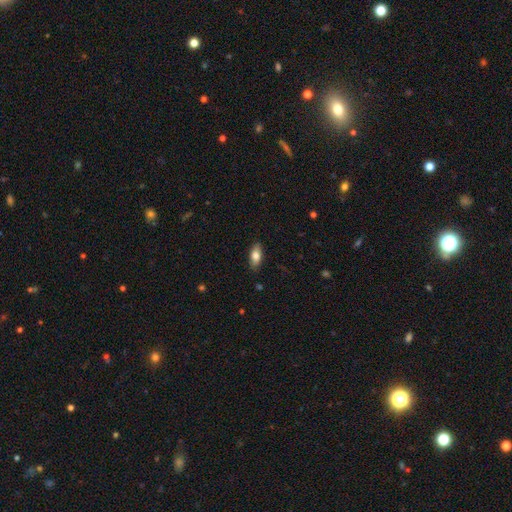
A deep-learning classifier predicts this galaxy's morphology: A smooth galaxy with no disk features (77%) that is in between round and cigar-shaped (84%). Merging: none (86%).